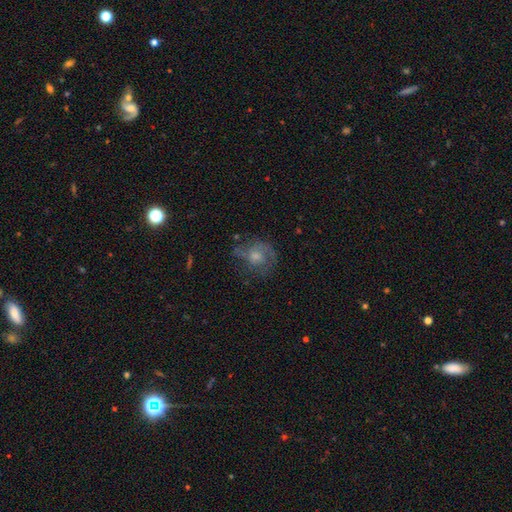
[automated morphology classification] The model was most divided on "bulge size": moderate: 51%, small: 35%, large: 7%, none: 6%, dominant: 1%. More confident: edge-on disk — no (97%); spiral arms — yes (80%); bar — no (75%); merging — none (62%); smooth or featured — featured or disk (58%).